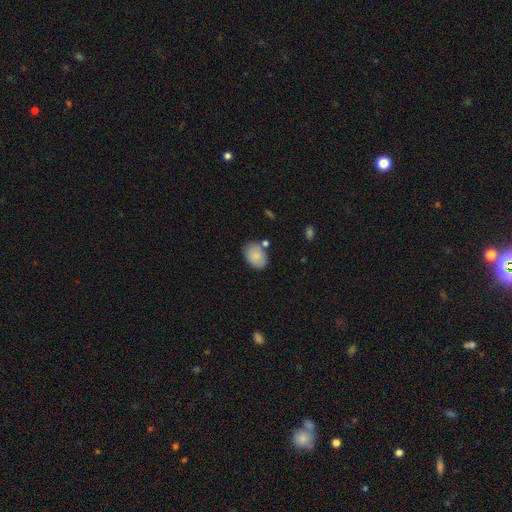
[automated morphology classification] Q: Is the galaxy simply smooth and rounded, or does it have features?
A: smooth — 85%.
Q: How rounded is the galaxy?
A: in between — 77%.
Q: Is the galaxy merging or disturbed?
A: none — 74%.